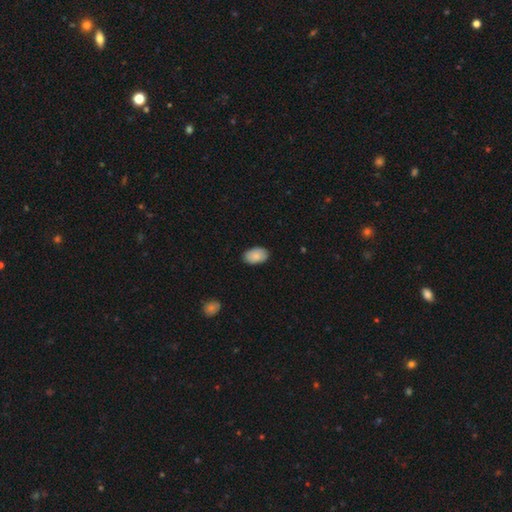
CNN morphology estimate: This is clearly a smooth galaxy (88%). How rounded: clearly in between (91%). Merging: clearly none (86%).